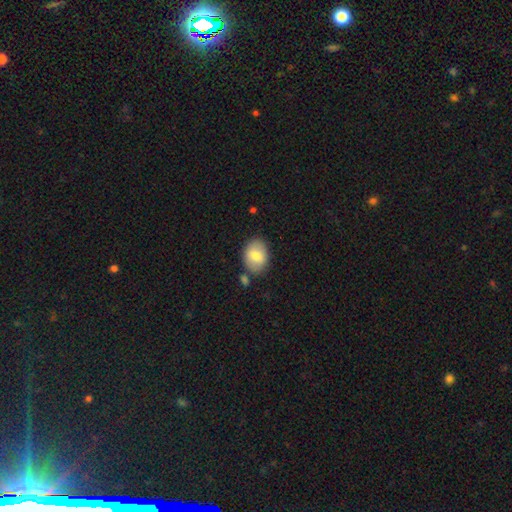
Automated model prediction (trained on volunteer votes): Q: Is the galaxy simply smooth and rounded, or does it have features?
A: smooth — 74%.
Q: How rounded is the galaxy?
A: in between — 70%.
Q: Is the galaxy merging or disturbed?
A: none — 77%.